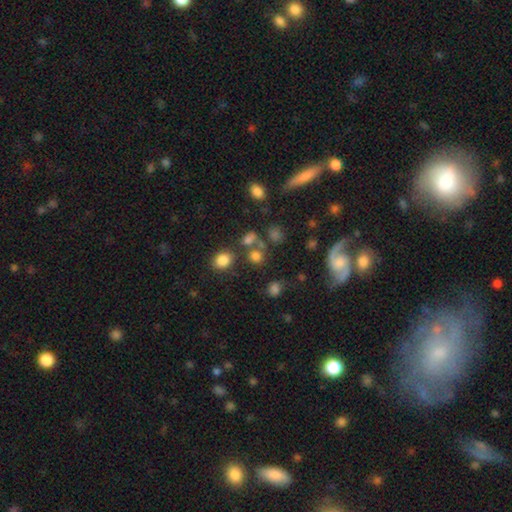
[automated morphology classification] Smooth or featured: smooth — 72% (star or artifact — 19%)
How rounded: round — 74% (in between — 25%)
Merging: none — 57% (merger — 26%)